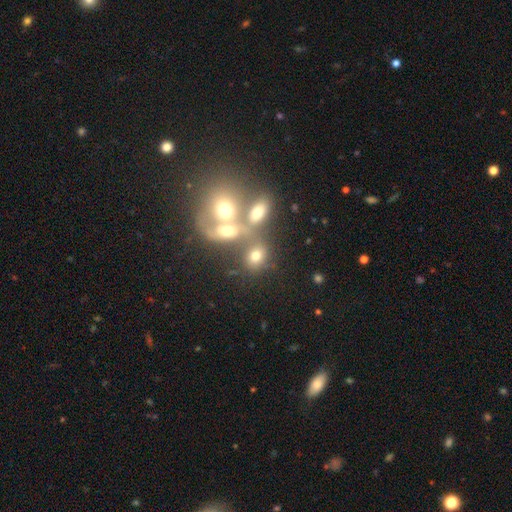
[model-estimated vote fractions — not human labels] Smooth or featured: smooth — 66% (featured or disk — 19%)
How rounded: round — 50% (in between — 48%)
Merging: merger — 47% (none — 35%)